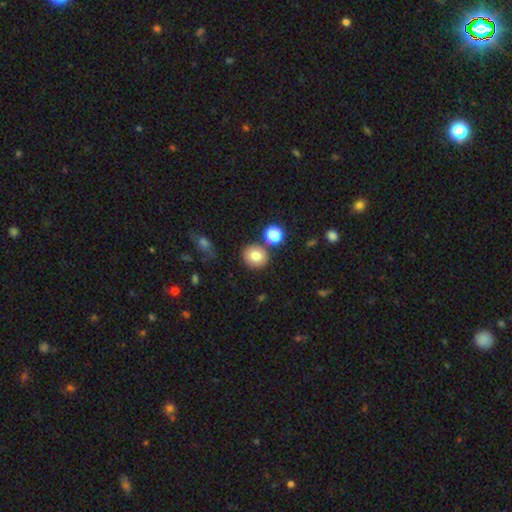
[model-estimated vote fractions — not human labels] This is clearly a smooth galaxy (80%). How rounded: clearly round (82%). Merging: likely none (78%).